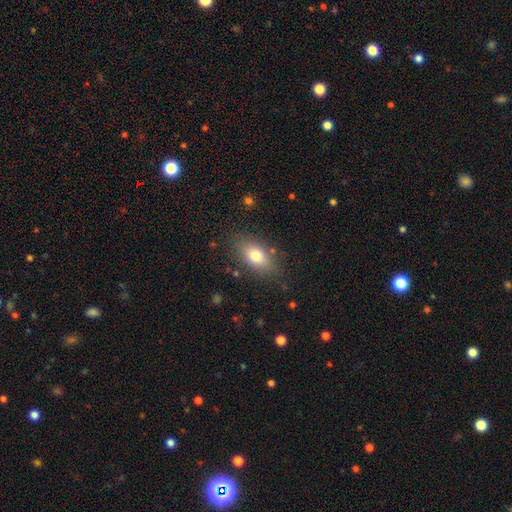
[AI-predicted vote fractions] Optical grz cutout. It shows a smooth galaxy with no disk features (77%) that is in between round and cigar-shaped (85%). Merging: none (81%).